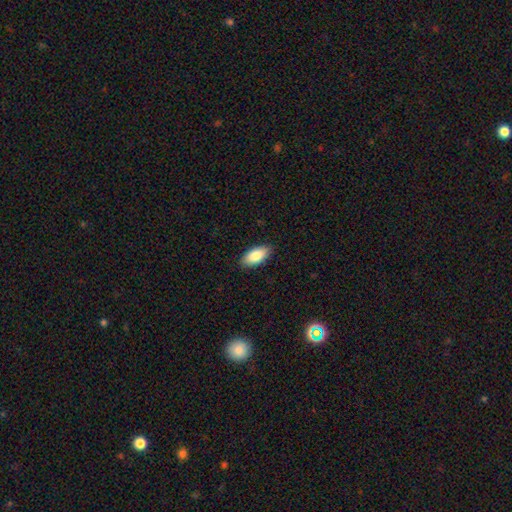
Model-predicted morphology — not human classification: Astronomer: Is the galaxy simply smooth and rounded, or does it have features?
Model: smooth — 86%.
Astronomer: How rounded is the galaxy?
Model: in between — 90%.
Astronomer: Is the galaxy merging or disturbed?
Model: none — 88%.